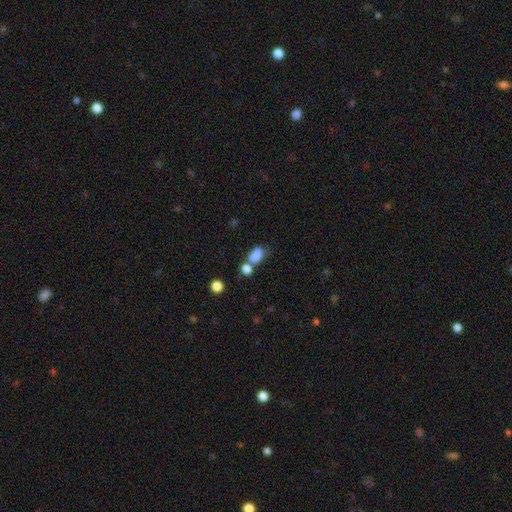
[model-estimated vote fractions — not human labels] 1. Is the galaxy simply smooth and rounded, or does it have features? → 78% smooth, 12% star or artifact, 10% featured or disk.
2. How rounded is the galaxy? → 77% in between, 19% round, 4% cigar-shaped.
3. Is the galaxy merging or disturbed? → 43% merger, 33% none, 15% minor disturbance, 9% major disturbance.